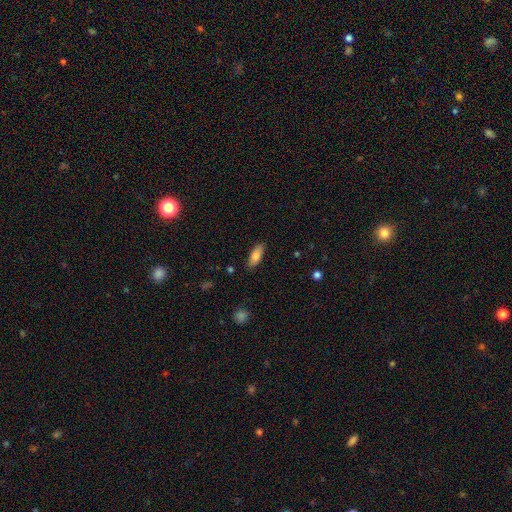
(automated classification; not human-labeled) Overall: smooth (80%). How rounded: in between (72%). Merging: none (86%).